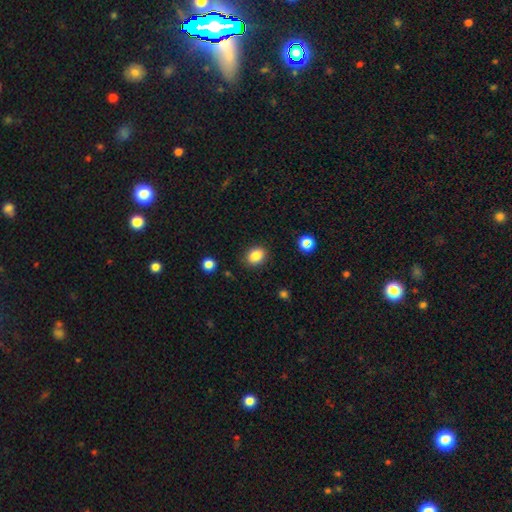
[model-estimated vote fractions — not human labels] smooth_or_featured: smooth (p=0.85) [alt: star or artifact p=0.10]
how_rounded: in between (p=0.54) [alt: round p=0.45]
merging: none (p=0.87) [alt: minor disturbance p=0.09]